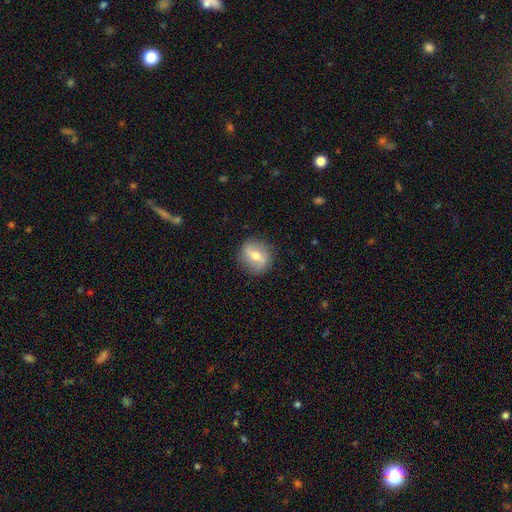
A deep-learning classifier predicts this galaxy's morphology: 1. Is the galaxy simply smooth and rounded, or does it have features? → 47% smooth, 45% featured or disk, 8% star or artifact.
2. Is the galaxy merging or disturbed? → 85% none, 11% minor disturbance, 3% major disturbance, 1% merger.